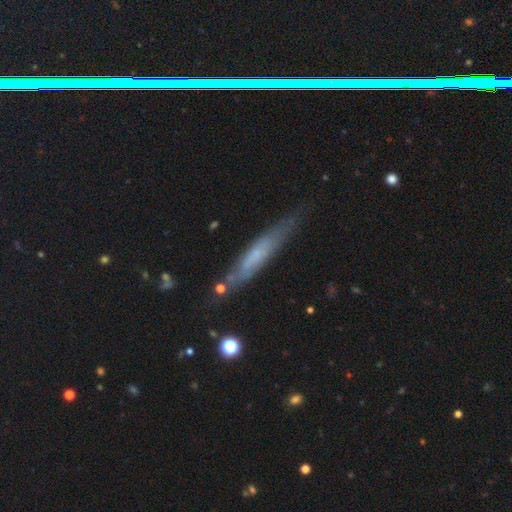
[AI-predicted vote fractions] smooth_or_featured: smooth (p=0.47) [alt: featured or disk p=0.46]
merging: none (p=0.73) [alt: minor disturbance p=0.19]